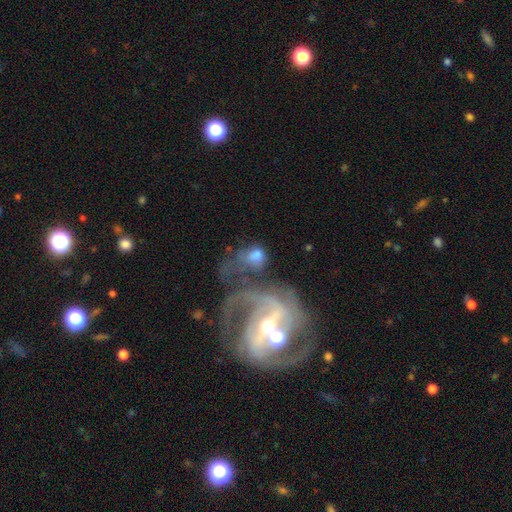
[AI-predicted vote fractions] This appears to be a featured or disk galaxy (47%). Merging: merger (35%).